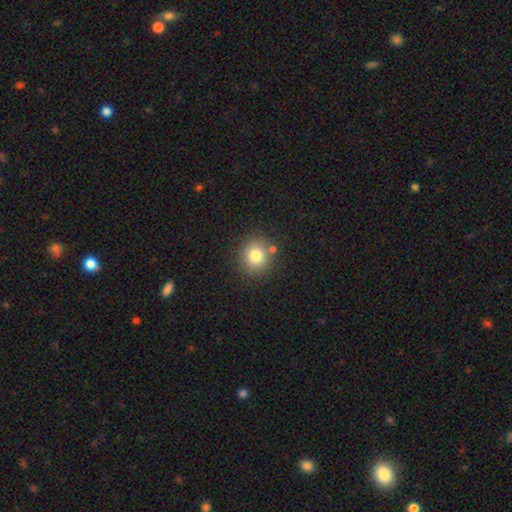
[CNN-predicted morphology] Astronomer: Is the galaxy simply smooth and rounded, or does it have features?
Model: smooth — 80%.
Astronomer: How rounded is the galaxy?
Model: round — 86%.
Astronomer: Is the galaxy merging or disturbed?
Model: none — 81%.